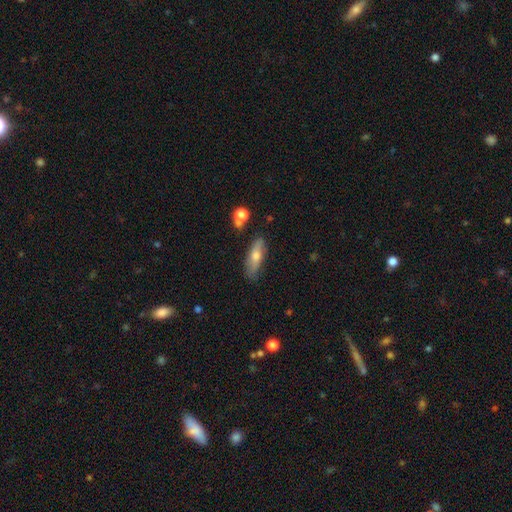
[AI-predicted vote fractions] This is possibly a smooth galaxy (58%). How rounded: possibly cigar-shaped (50%). Merging: likely none (77%).